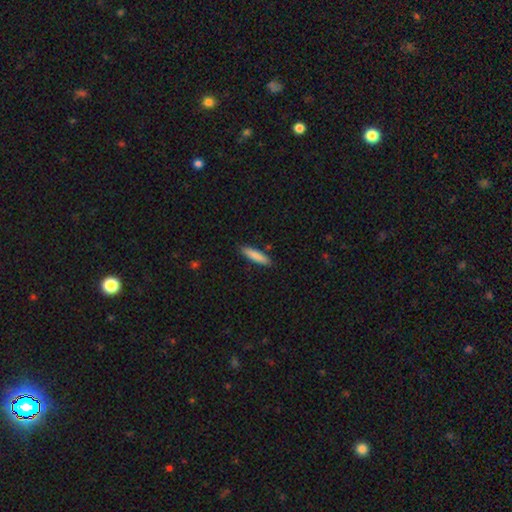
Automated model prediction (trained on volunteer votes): Smooth or featured?
  - smooth: 85% *
  - featured or disk: 9%
  - star or artifact: 6%
How rounded?
  - cigar-shaped: 80% *
  - in between: 19%
  - round: 1%
Merging?
  - none: 88% *
  - minor disturbance: 9%
  - major disturbance: 2%
  - merger: 2%